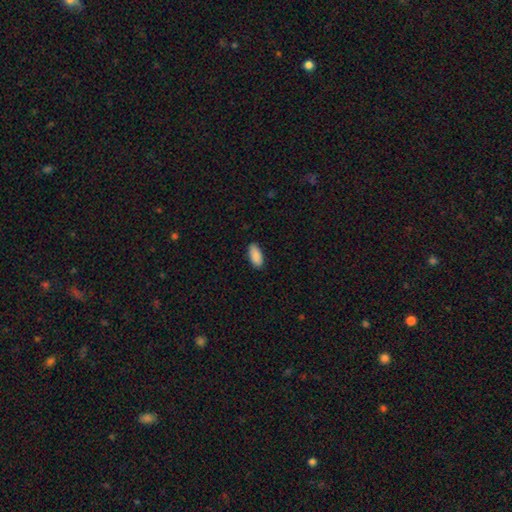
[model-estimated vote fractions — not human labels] Q: Smooth or featured?
A: smooth (91%); runner-up: star or artifact (6%)
Q: How rounded?
A: in between (89%); runner-up: cigar-shaped (9%)
Q: Merging?
A: none (87%); runner-up: minor disturbance (10%)